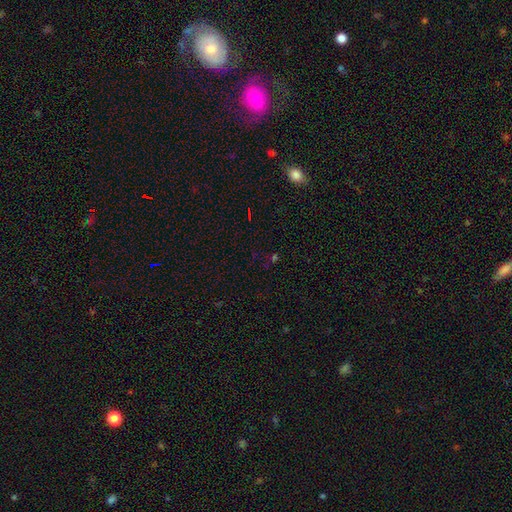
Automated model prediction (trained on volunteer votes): A star or artifact, not a galaxy (64%).